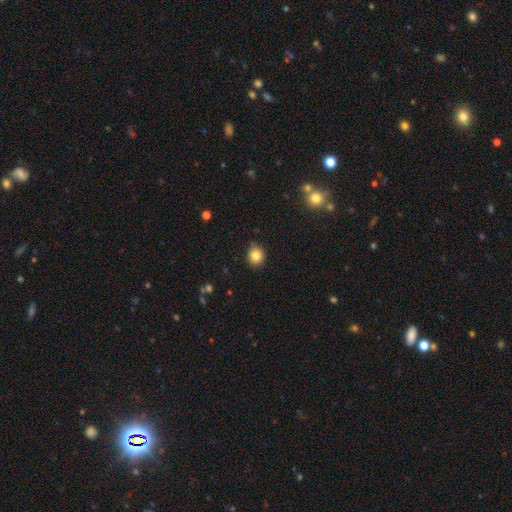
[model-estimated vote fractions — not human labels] smooth-or-featured: smooth: 83% | star or artifact: 11% | featured or disk: 6%
  how-rounded: round: 84% | in between: 15% | cigar-shaped: 1%
  merging: none: 86% | minor disturbance: 11% | major disturbance: 2% | merger: 1%